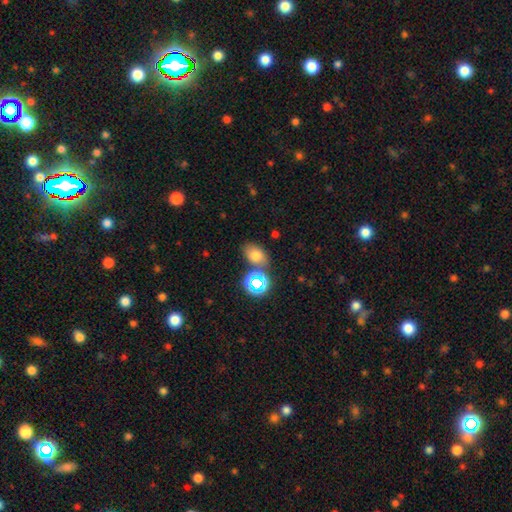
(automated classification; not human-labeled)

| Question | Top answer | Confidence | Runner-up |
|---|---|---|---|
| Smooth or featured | smooth | 70% | star or artifact (19%) |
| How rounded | in between | 74% | round (24%) |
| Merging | none | 65% | merger (15%) |